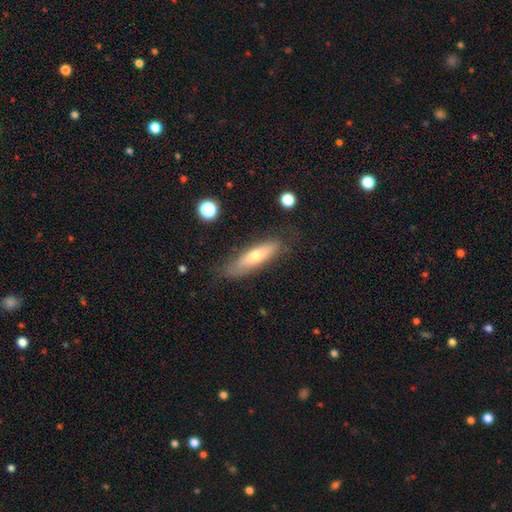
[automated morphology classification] This appears to be a smooth galaxy with no disk features (54%) that is cigar-shaped (70%). Merging: none (80%).